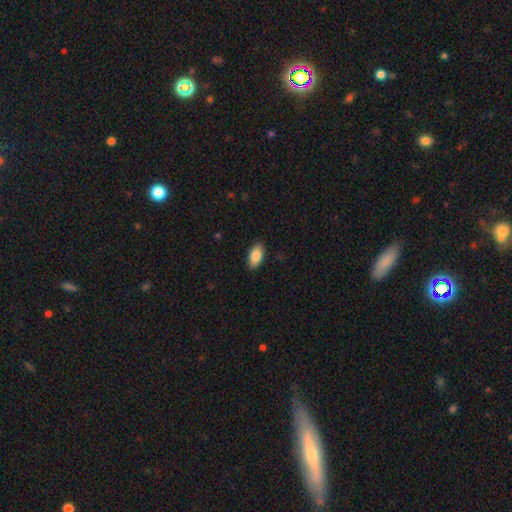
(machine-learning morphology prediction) Smooth or featured: smooth — 86% (featured or disk — 7%)
How rounded: in between — 94% (cigar-shaped — 3%)
Merging: none — 89% (minor disturbance — 8%)